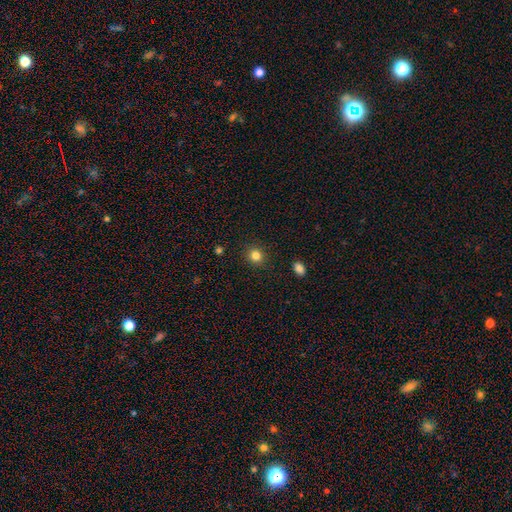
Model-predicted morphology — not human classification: This appears to be a smooth galaxy with no disk features (82%) that is round (88%). Merging: none (91%).